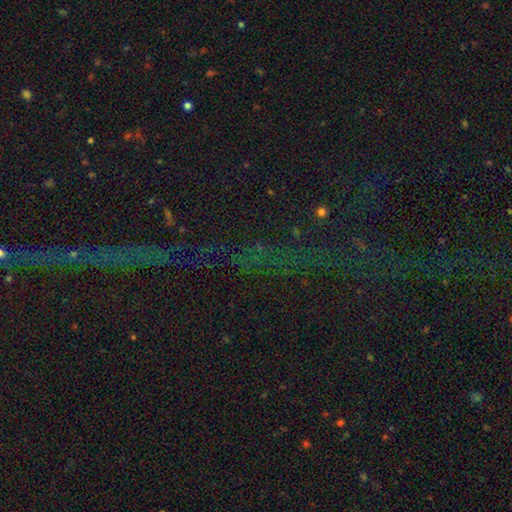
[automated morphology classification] Smooth or featured? Predicted: star or artifact (p=0.77).